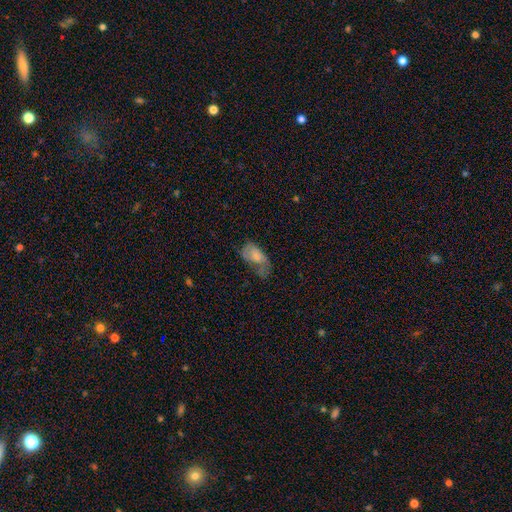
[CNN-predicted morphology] A smooth galaxy with no disk features (62%) that is in between round and cigar-shaped (92%).

Vote fractions:
- Smooth or featured? smooth: 62% / featured or disk: 30% / star or artifact: 8%
- How rounded? in between: 92% / round: 5% / cigar-shaped: 4%
- Merging? major disturbance: 37% / minor disturbance: 30% / none: 28% / merger: 4%